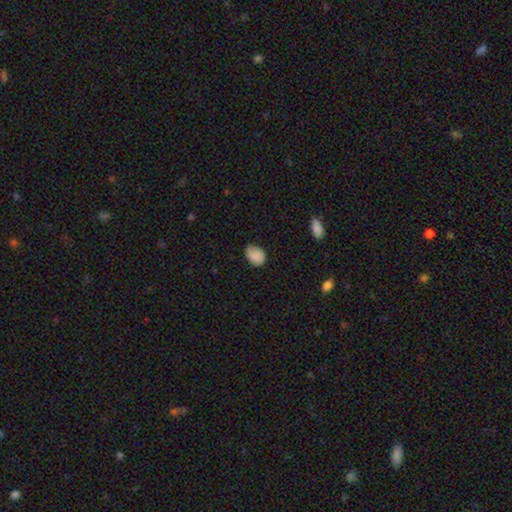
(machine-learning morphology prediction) smooth 85%, star or artifact 8%, featured or disk 7%. Down the decision tree: how rounded — in between (65%); merging — none (69%).